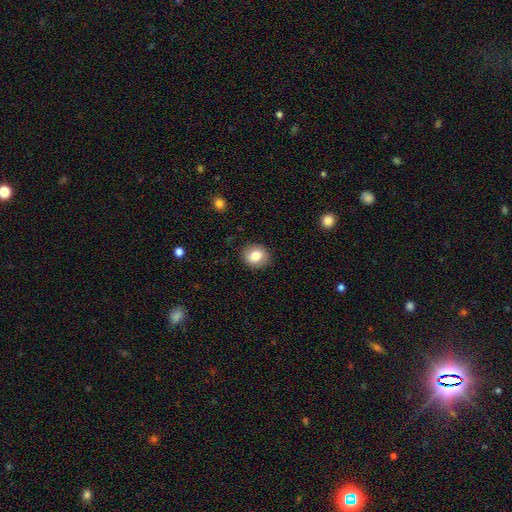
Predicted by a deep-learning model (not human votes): The model was most divided on "how rounded": round: 67%, in between: 32%, cigar-shaped: 1%. More confident: merging — none (88%); smooth or featured — smooth (80%).